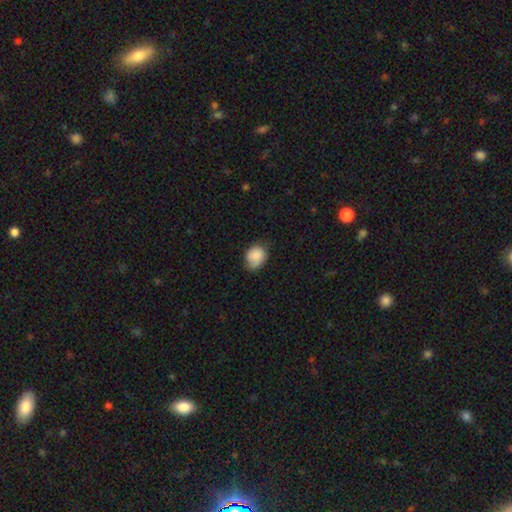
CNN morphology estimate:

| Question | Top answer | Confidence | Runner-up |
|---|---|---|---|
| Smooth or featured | smooth | 84% | featured or disk (8%) |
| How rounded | round | 57% | in between (42%) |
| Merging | none | 65% | minor disturbance (28%) |